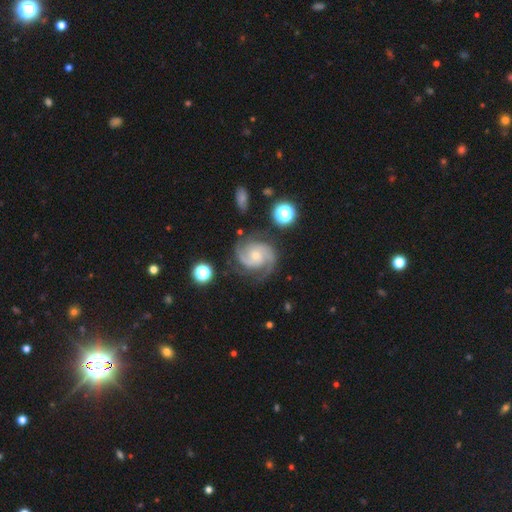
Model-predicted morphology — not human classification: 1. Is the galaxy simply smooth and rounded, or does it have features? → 90% featured or disk, 5% star or artifact, 5% smooth.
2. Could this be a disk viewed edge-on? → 98% no, 2% yes.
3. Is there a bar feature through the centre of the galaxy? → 66% no, 29% weak, 6% strong.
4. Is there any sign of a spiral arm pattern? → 98% yes, 2% no.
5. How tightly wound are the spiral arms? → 49% medium, 43% tight, 9% loose.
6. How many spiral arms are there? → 66% 2, 20% 3, 6% can't tell, 3% 4, 3% 1, 3% more than 4.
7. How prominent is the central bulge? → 62% small, 34% moderate, 2% none, 2% large, 1% dominant.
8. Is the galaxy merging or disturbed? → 74% none, 17% minor disturbance, 7% major disturbance, 3% merger.